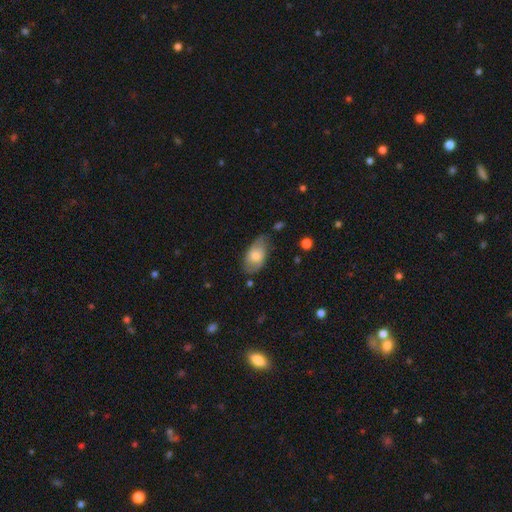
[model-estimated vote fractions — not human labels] This is likely a smooth galaxy (60%). How rounded: clearly in between (92%). Merging: possibly none (60%).